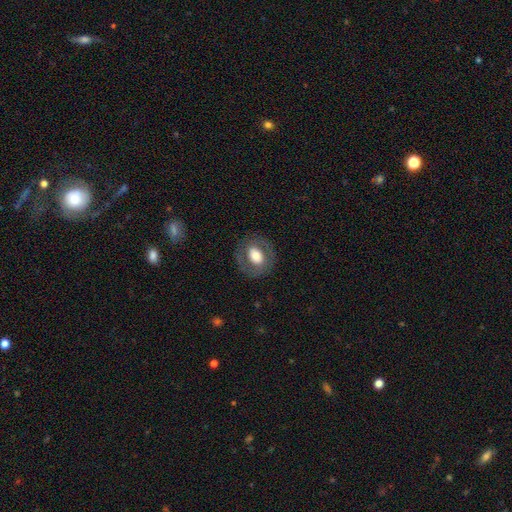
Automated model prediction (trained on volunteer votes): This is possibly a smooth galaxy (56%). How rounded: possibly round (54%). Merging: clearly none (80%).